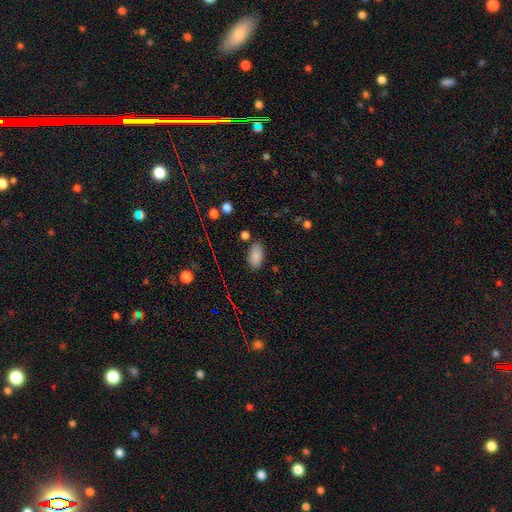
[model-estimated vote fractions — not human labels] Q: Smooth or featured?
A: smooth (85%); runner-up: star or artifact (10%)
Q: How rounded?
A: in between (93%); runner-up: round (4%)
Q: Merging?
A: none (80%); runner-up: minor disturbance (13%)